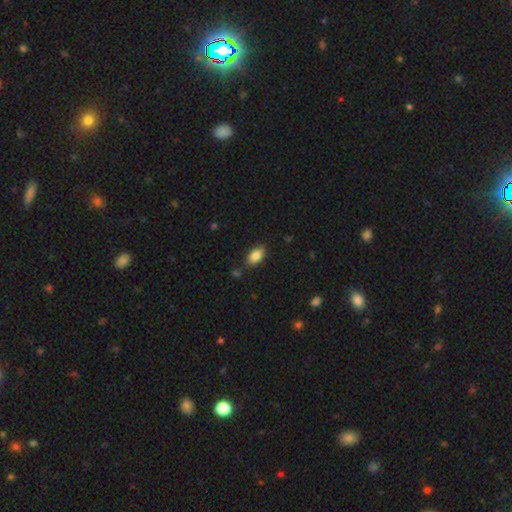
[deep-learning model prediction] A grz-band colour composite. It shows a smooth galaxy with no disk features (87%) that is in between round and cigar-shaped (92%). Merging: none (83%).